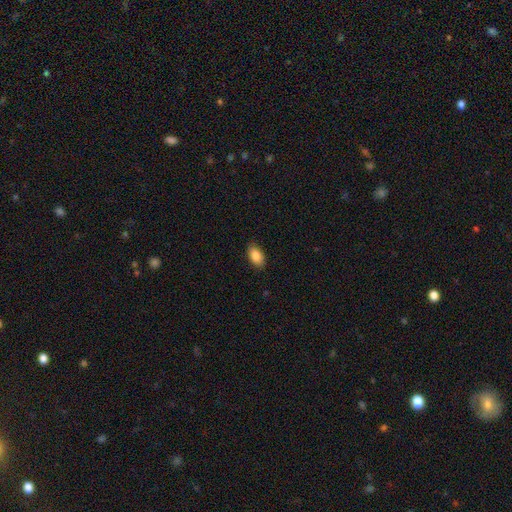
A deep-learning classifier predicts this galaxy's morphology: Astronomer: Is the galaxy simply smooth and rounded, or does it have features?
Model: smooth — 88%.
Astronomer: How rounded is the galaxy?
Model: in between — 92%.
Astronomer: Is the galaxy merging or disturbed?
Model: none — 86%.